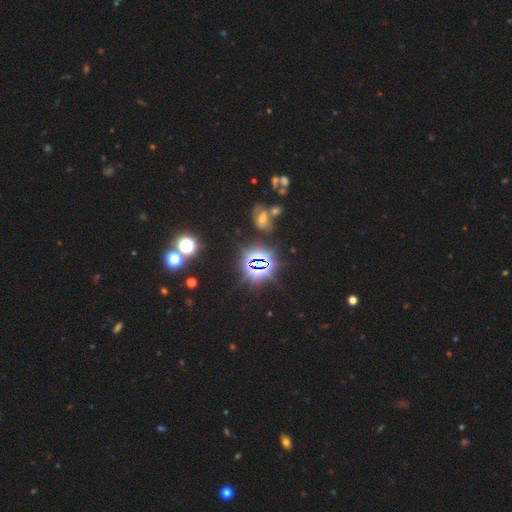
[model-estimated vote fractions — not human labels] smooth-or-featured: star or artifact: 74% | smooth: 16% | featured or disk: 10%